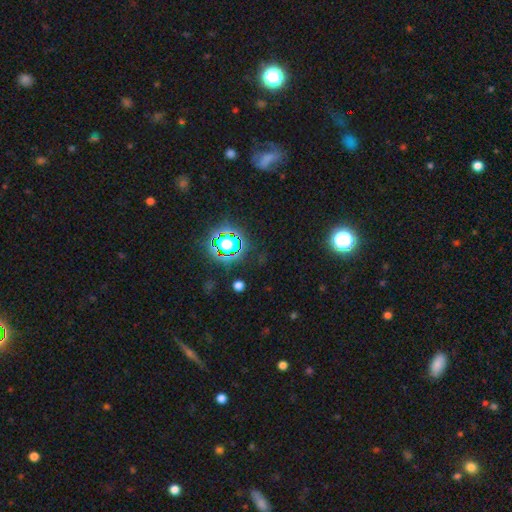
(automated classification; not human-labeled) star or artifact 75%, smooth 16%, featured or disk 9%.